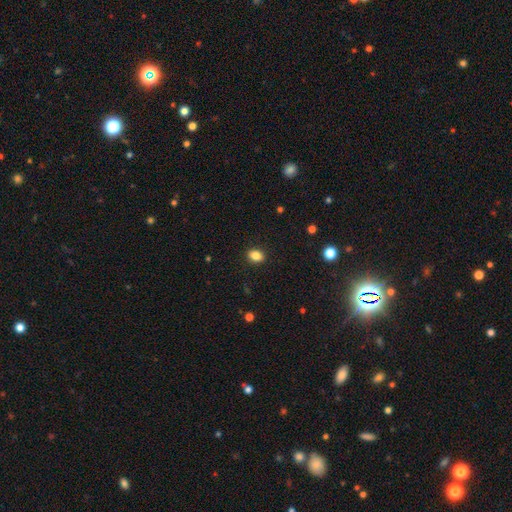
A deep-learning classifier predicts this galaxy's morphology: smooth 85%, star or artifact 10%, featured or disk 5%. Down the decision tree: how rounded — in between (72%); merging — none (90%).